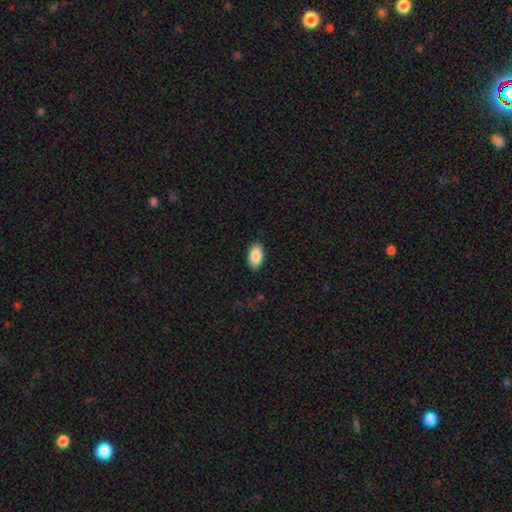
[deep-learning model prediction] Smooth or featured? smooth (89%)
How rounded? in between (95%)
Merging? none (88%)